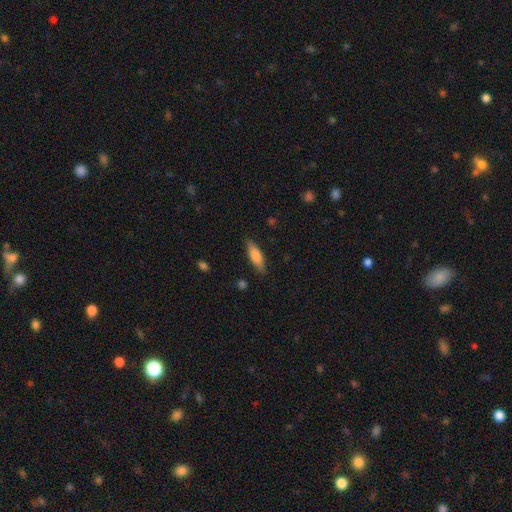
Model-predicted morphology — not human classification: Q: Smooth or featured?
A: smooth (77%); runner-up: featured or disk (17%)
Q: How rounded?
A: cigar-shaped (51%); runner-up: in between (47%)
Q: Merging?
A: none (84%); runner-up: minor disturbance (12%)